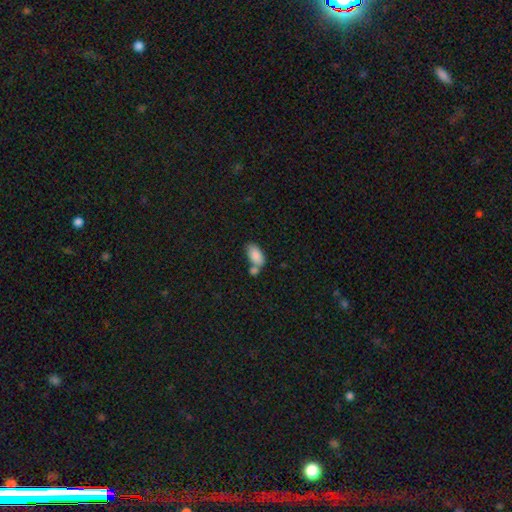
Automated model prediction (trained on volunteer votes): Smooth or featured?
  - smooth: 86% *
  - featured or disk: 7%
  - star or artifact: 7%
How rounded?
  - in between: 93% *
  - round: 3%
  - cigar-shaped: 3%
Merging?
  - none: 44% *
  - merger: 36%
  - minor disturbance: 15%
  - major disturbance: 5%